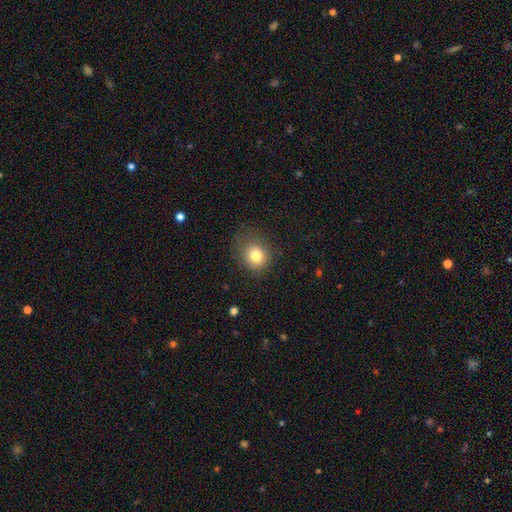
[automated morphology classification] smooth-or-featured: smooth: 79% | star or artifact: 12% | featured or disk: 9%
  how-rounded: round: 77% | in between: 22% | cigar-shaped: 1%
  merging: none: 76% | minor disturbance: 16% | major disturbance: 6% | merger: 1%